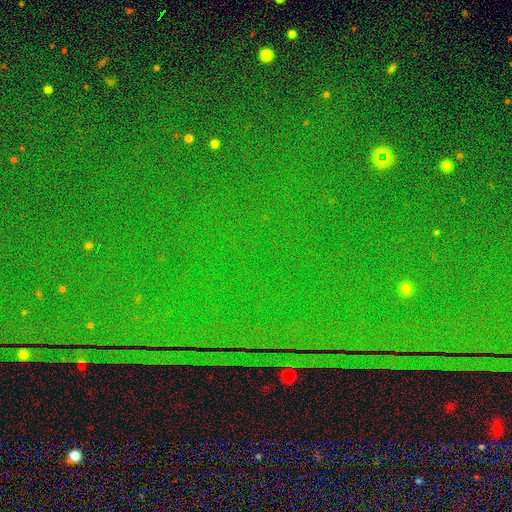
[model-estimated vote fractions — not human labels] smooth-or-featured: star or artifact: 85% | smooth: 8% | featured or disk: 7%